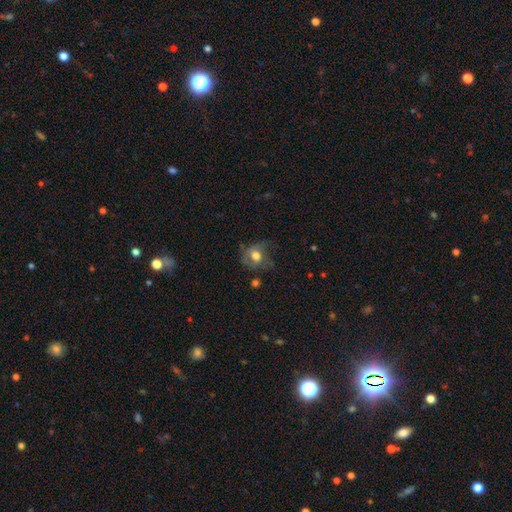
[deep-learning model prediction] A smooth galaxy with no disk features (62%) that is round (62%). Merging: none (44%).